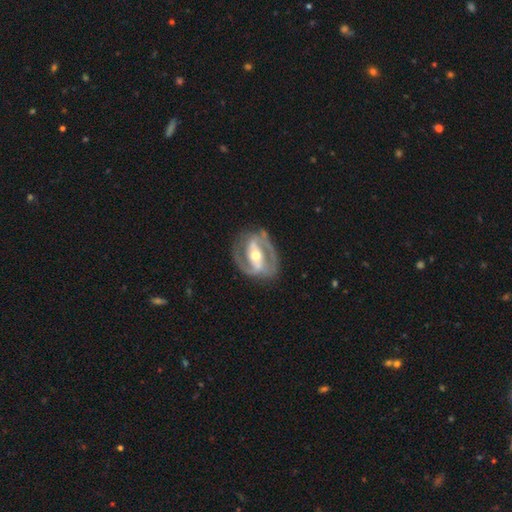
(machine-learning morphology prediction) Smooth or featured?
  - featured or disk: 86% *
  - smooth: 9%
  - star or artifact: 4%
Edge-on disk?
  - no: 96% *
  - yes: 4%
Bar?
  - strong: 60% *
  - weak: 24%
  - no: 16%
Spiral arms?
  - yes: 84% *
  - no: 16%
Spiral winding?
  - medium: 49% *
  - tight: 36%
  - loose: 16%
Spiral arm count?
  - 2: 88% *
  - can't tell: 5%
  - 1: 3%
  - 3: 2%
  - 4: 1%
  - more than 4: 1%
Bulge size?
  - moderate: 70% *
  - small: 20%
  - large: 7%
  - dominant: 1%
  - none: 1%
Merging?
  - none: 78% *
  - minor disturbance: 14%
  - major disturbance: 7%
  - merger: 2%